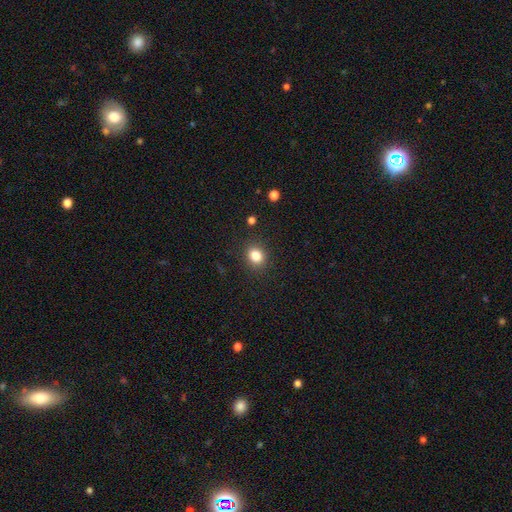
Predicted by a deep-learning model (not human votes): This appears to be a smooth galaxy with no disk features (83%) that is round (70%). Merging: none (89%).